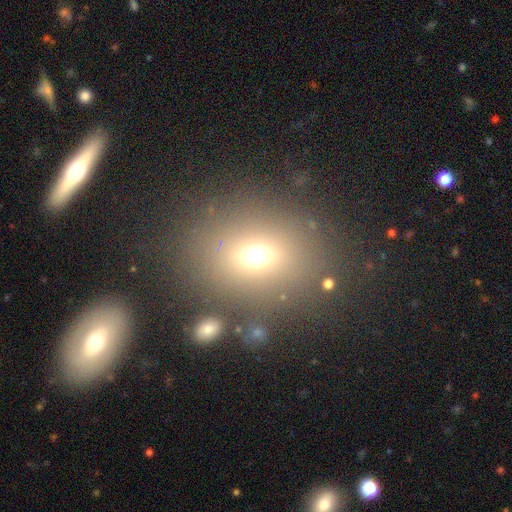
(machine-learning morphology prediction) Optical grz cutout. It shows a smooth galaxy with no disk features (67%) that is round (50%). Merging: none (74%).